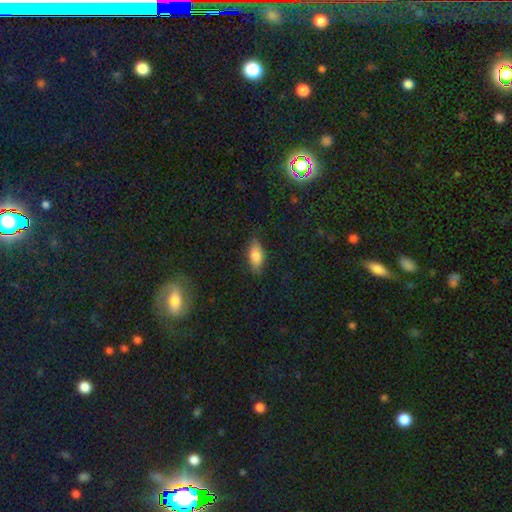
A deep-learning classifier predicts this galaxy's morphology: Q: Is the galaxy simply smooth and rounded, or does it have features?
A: smooth — 80%.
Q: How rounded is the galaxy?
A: in between — 84%.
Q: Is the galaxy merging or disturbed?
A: none — 82%.